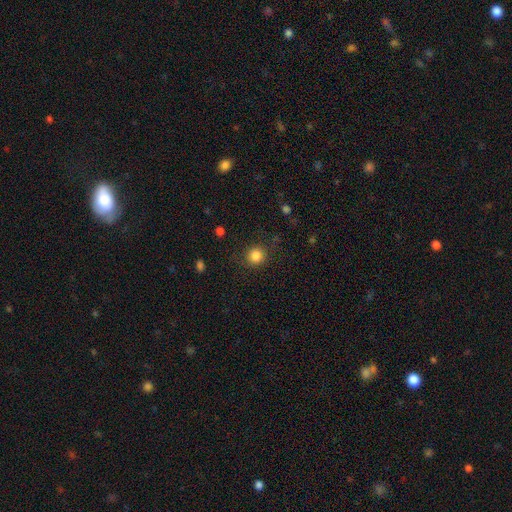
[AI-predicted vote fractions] Morphology: type=smooth (84%); roundness=round (91%); merging=none (87%).